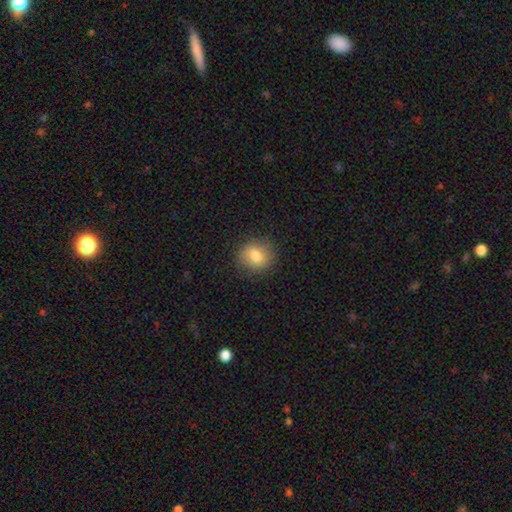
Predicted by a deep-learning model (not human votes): Q: Smooth or featured?
A: smooth (78%); runner-up: featured or disk (13%)
Q: How rounded?
A: round (72%); runner-up: in between (27%)
Q: Merging?
A: none (85%); runner-up: minor disturbance (11%)